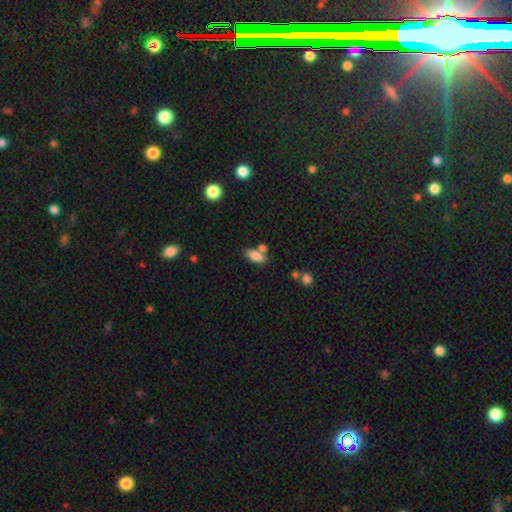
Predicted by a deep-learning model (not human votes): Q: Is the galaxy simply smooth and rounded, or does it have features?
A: smooth — 83%.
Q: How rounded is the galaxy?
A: in between — 86%.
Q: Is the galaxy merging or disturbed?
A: none — 57%.